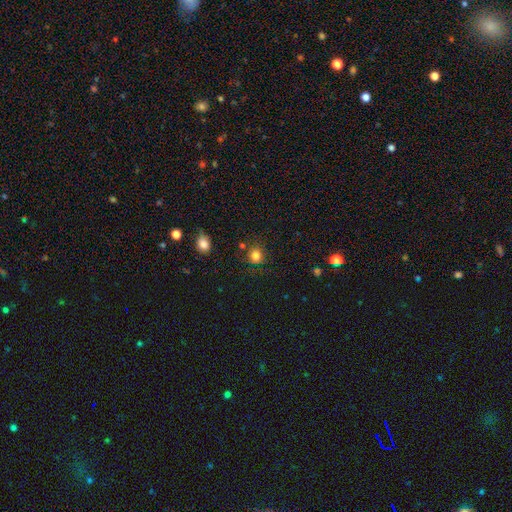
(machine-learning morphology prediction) smooth_or_featured: smooth (p=0.81) [alt: star or artifact p=0.13]
how_rounded: round (p=0.87) [alt: in between p=0.12]
merging: none (p=0.80) [alt: minor disturbance p=0.12]